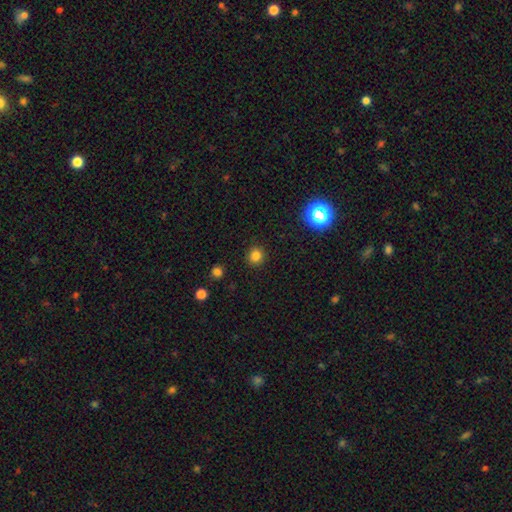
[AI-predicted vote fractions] A smooth galaxy with no disk features (81%) that is round (92%).

Vote fractions:
- Smooth or featured? smooth: 81% / star or artifact: 14% / featured or disk: 5%
- How rounded? round: 92% / in between: 7% / cigar-shaped: 1%
- Merging? none: 92% / minor disturbance: 5% / major disturbance: 2% / merger: 1%